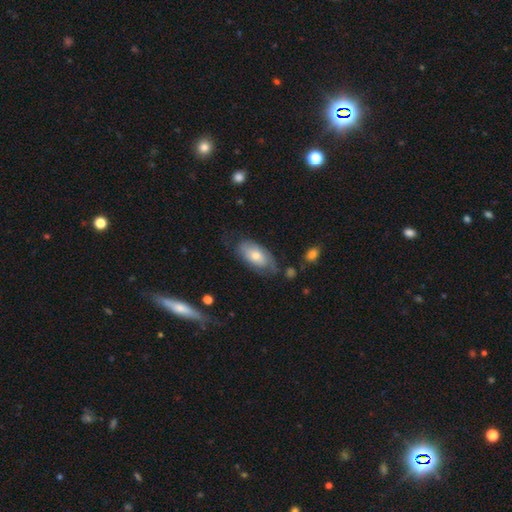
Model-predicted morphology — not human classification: A smooth galaxy with no disk features (62%) that is in between round and cigar-shaped (92%). Merging: none (57%).